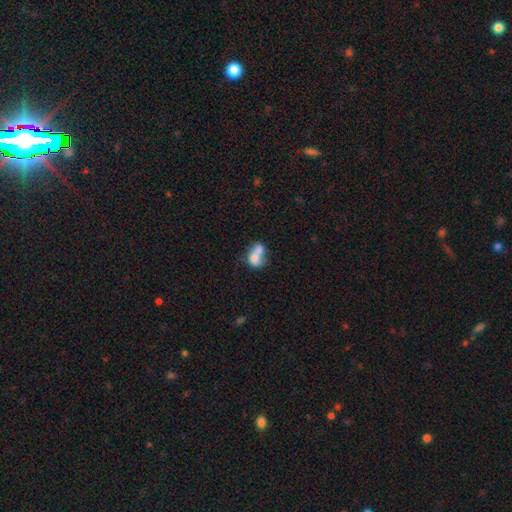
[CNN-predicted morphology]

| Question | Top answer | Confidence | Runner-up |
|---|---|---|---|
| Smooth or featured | smooth | 68% | featured or disk (23%) |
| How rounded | in between | 62% | round (37%) |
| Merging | merger | 71% | none (17%) |